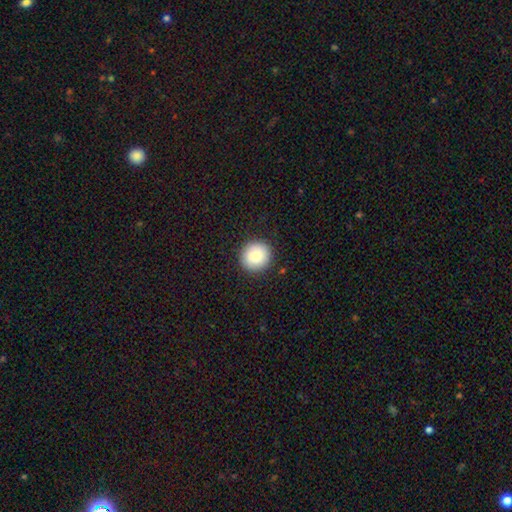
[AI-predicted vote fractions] Overall: smooth (82%). How rounded: round (93%). Merging: none (90%).